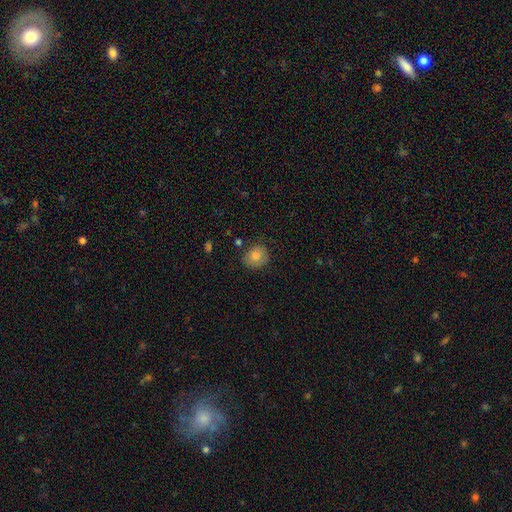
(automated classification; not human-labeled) Smooth or featured?
  - smooth: 75% *
  - featured or disk: 15%
  - star or artifact: 10%
How rounded?
  - round: 78% *
  - in between: 21%
  - cigar-shaped: 1%
Merging?
  - none: 79% *
  - minor disturbance: 16%
  - major disturbance: 3%
  - merger: 2%